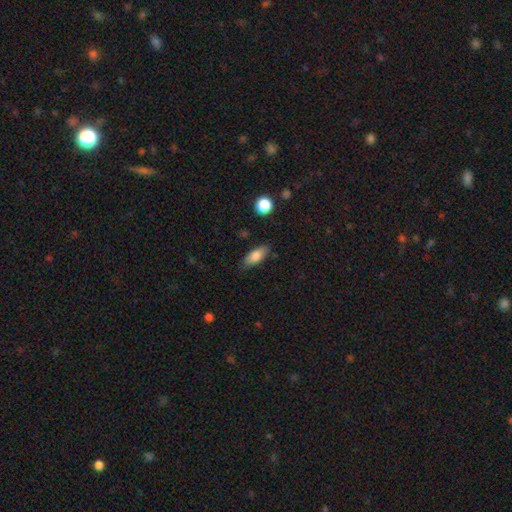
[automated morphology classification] This is clearly a smooth galaxy (80%). How rounded: likely in between (78%). Merging: clearly none (80%).